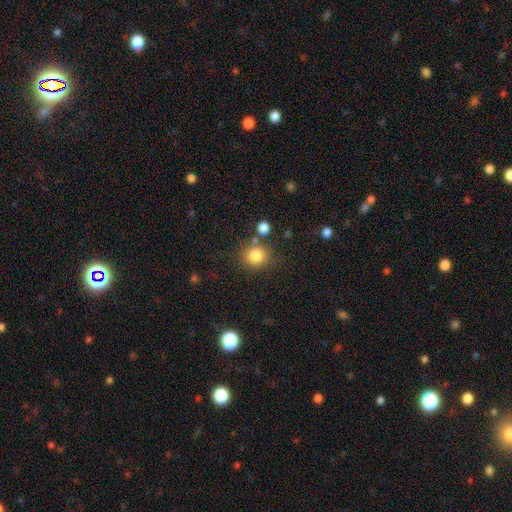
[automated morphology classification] A smooth galaxy with no disk features (83%) that is round (86%). Merging: none (76%).